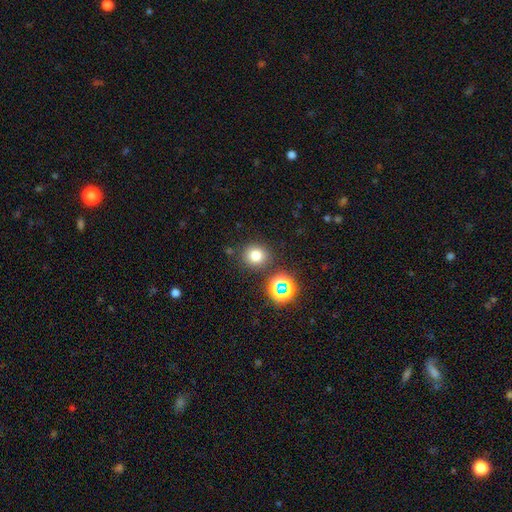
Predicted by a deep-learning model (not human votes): This is likely a smooth galaxy (74%). How rounded: clearly round (85%). Merging: clearly none (82%).